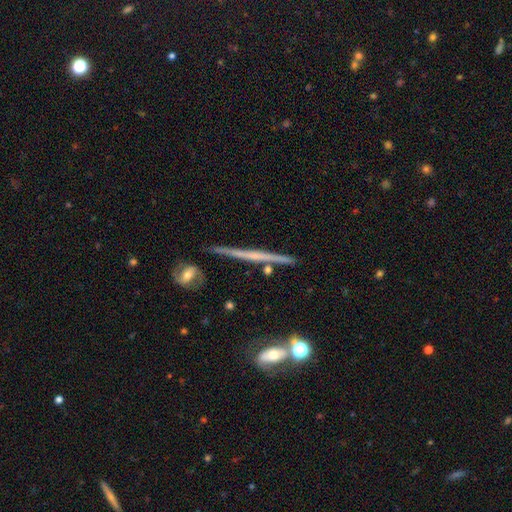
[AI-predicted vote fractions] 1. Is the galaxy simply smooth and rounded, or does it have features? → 70% featured or disk, 22% smooth, 8% star or artifact.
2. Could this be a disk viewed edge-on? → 96% yes, 4% no.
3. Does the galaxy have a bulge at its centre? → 66% none, 24% rounded, 9% boxy.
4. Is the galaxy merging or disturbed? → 82% none, 11% minor disturbance, 4% merger, 3% major disturbance.